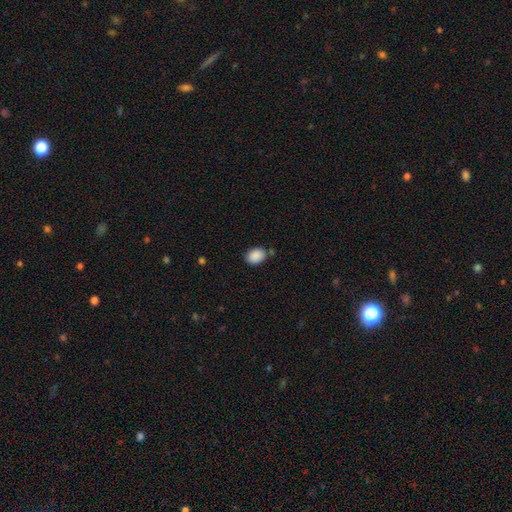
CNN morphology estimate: The model was most divided on "how rounded": in between: 77%, round: 22%, cigar-shaped: 1%. More confident: smooth or featured — smooth (89%); merging — none (74%).